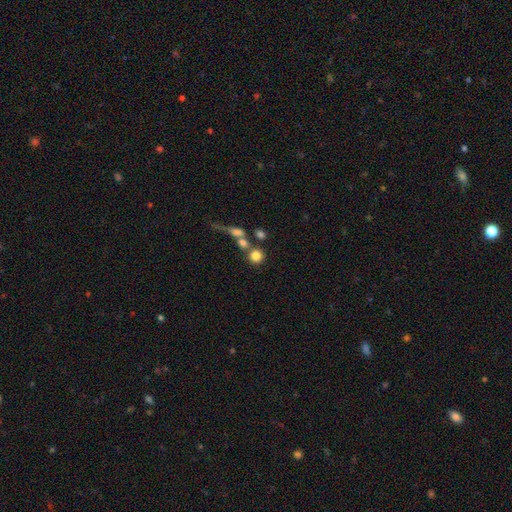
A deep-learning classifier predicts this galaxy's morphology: smooth_or_featured: smooth (p=0.78) [alt: star or artifact p=0.11]
how_rounded: round (p=0.89) [alt: in between p=0.09]
merging: none (p=0.55) [alt: merger p=0.30]